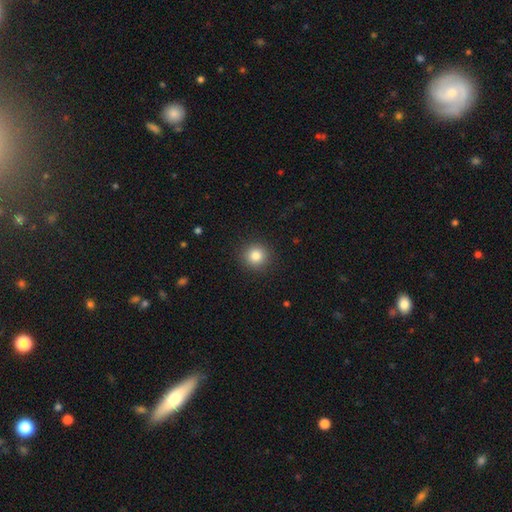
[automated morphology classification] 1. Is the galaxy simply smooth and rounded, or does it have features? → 83% smooth, 11% star or artifact, 6% featured or disk.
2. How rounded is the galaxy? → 93% round, 6% in between, 1% cigar-shaped.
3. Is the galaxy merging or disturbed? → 91% none, 6% minor disturbance, 2% major disturbance, 1% merger.